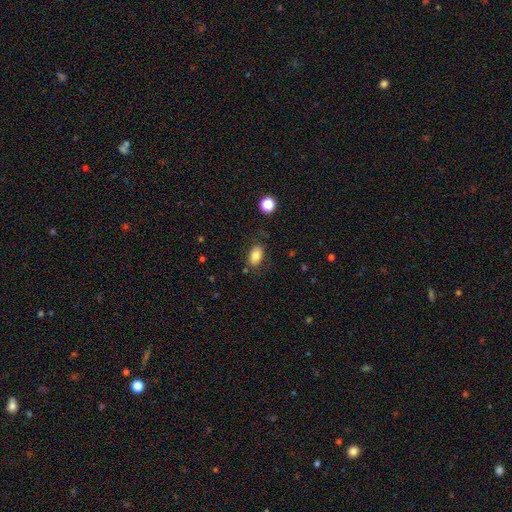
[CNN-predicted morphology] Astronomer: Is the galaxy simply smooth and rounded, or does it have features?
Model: smooth — 79%.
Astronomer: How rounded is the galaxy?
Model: in between — 88%.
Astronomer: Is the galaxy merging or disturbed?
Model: none — 77%.